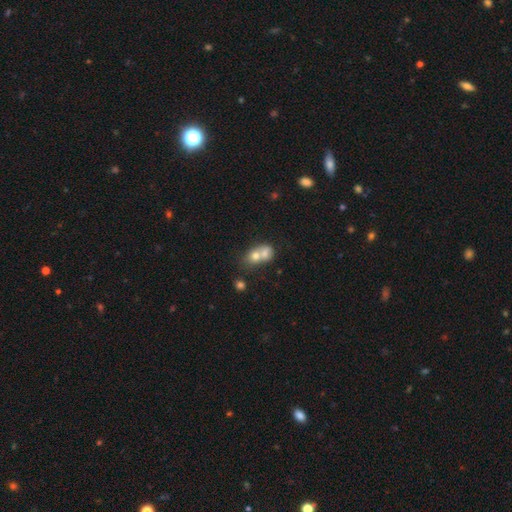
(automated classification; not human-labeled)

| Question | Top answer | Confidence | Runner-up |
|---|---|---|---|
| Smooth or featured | smooth | 65% | featured or disk (23%) |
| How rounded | round | 54% | in between (44%) |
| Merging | merger | 70% | none (21%) |